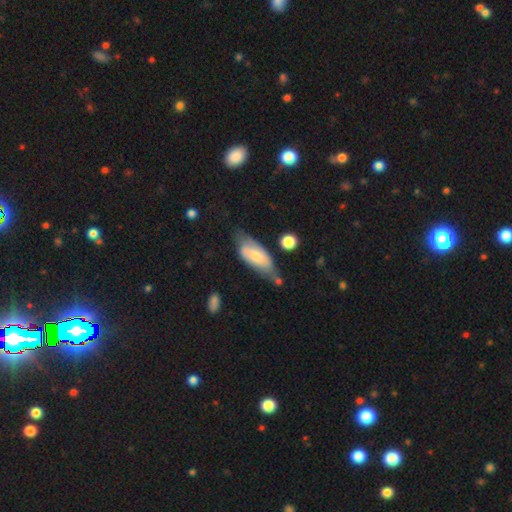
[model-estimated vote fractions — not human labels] The model was most divided on "merging": none: 41%, minor disturbance: 36%, major disturbance: 15%, merger: 8%. More confident: how rounded — in between (80%); smooth or featured — smooth (55%).